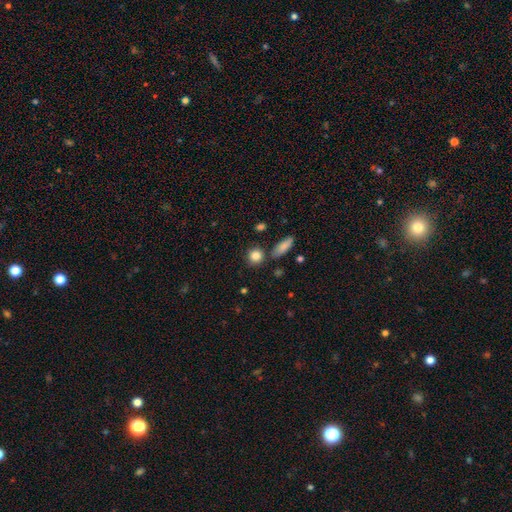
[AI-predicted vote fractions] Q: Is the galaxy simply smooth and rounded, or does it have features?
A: smooth — 85%.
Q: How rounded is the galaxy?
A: round — 85%.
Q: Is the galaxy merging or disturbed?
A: none — 79%.